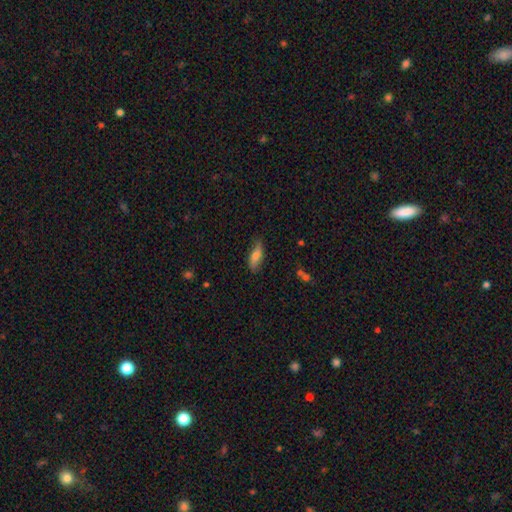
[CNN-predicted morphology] The model was most divided on "how rounded": in between: 63%, cigar-shaped: 34%, round: 3%. More confident: merging — none (71%); smooth or featured — smooth (66%).